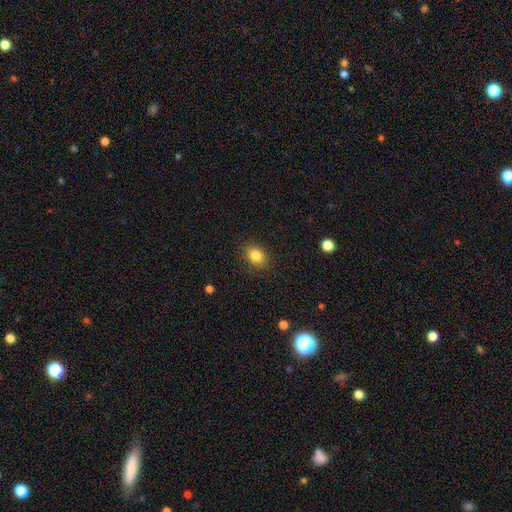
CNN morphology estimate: smooth 84%, star or artifact 10%, featured or disk 6%. Down the decision tree: how rounded — in between (56%); merging — none (87%).